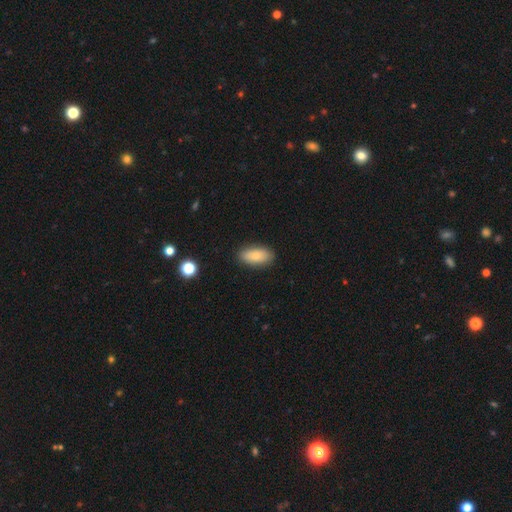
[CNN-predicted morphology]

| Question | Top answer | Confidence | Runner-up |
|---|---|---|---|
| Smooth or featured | smooth | 80% | featured or disk (13%) |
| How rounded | in between | 89% | cigar-shaped (7%) |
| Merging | none | 87% | minor disturbance (10%) |